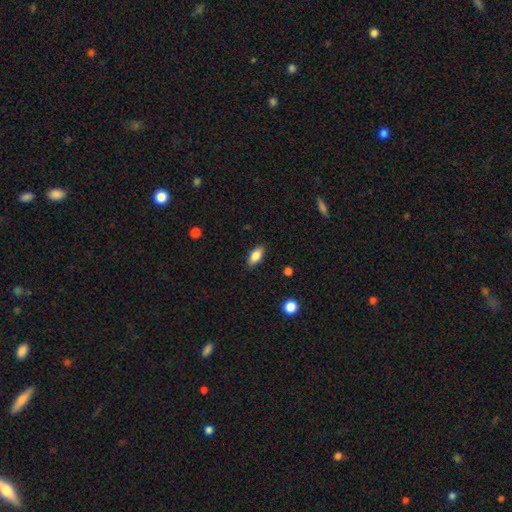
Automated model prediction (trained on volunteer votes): Smooth or featured? smooth (84%)
How rounded? in between (88%)
Merging? none (86%)